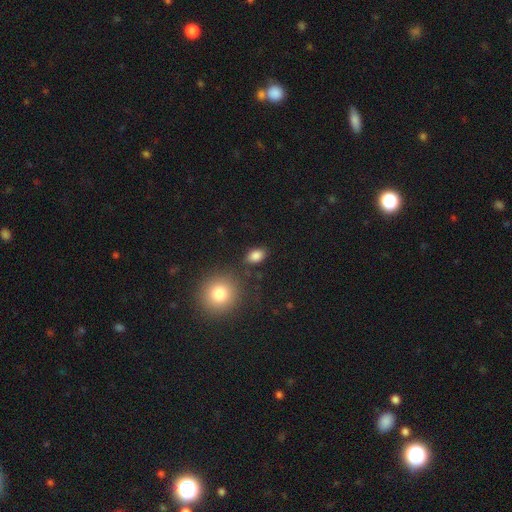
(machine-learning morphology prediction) smooth-or-featured: smooth: 85% | star or artifact: 10% | featured or disk: 5%
  how-rounded: in between: 83% | round: 15% | cigar-shaped: 2%
  merging: none: 83% | minor disturbance: 10% | merger: 4% | major disturbance: 3%